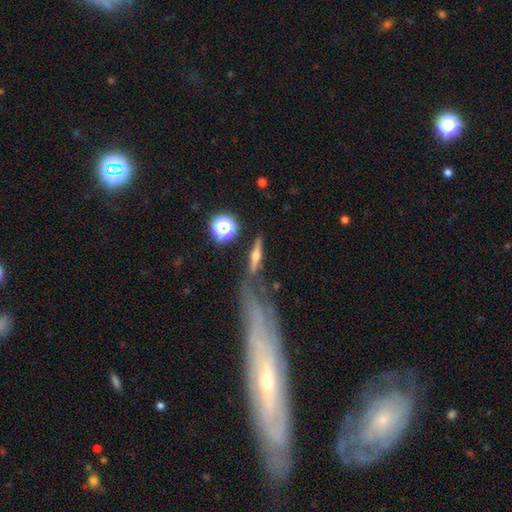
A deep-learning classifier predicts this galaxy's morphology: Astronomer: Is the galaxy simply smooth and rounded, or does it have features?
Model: featured or disk — 58%.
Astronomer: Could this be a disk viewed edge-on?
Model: yes — 87%.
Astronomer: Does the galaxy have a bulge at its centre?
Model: rounded — 90%.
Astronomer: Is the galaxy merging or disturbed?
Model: none — 63%.